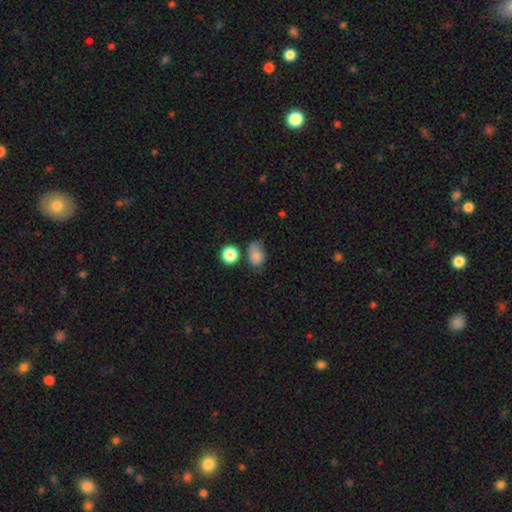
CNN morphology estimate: Smooth or featured?
  - smooth: 82% *
  - star or artifact: 11%
  - featured or disk: 7%
How rounded?
  - in between: 71% *
  - round: 28%
  - cigar-shaped: 1%
Merging?
  - none: 47% *
  - minor disturbance: 32%
  - major disturbance: 11%
  - merger: 10%